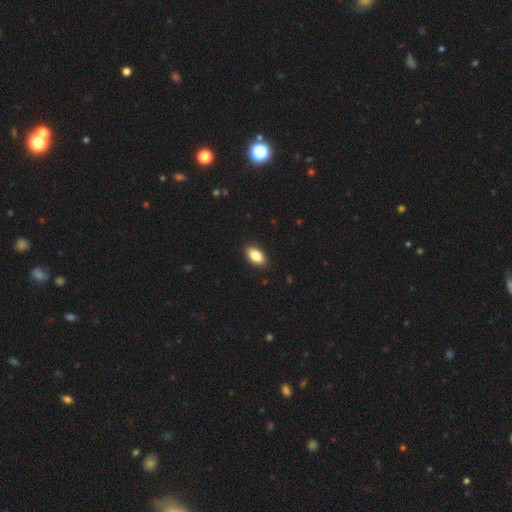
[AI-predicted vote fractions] Smooth or featured? smooth (86%)
How rounded? in between (92%)
Merging? none (89%)